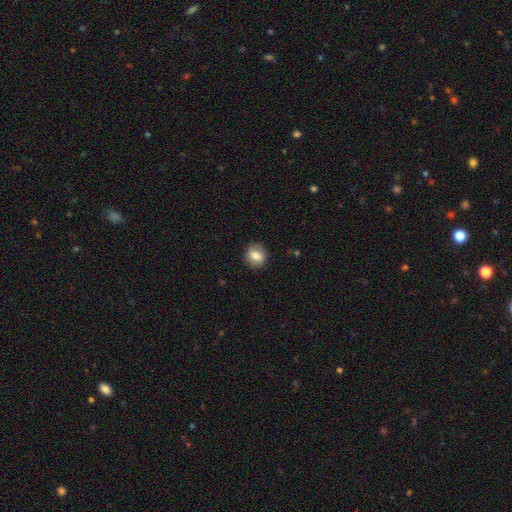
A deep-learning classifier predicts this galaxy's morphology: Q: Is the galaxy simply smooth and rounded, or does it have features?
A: smooth — 77%.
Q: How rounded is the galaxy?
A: round — 76%.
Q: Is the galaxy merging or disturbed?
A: none — 87%.